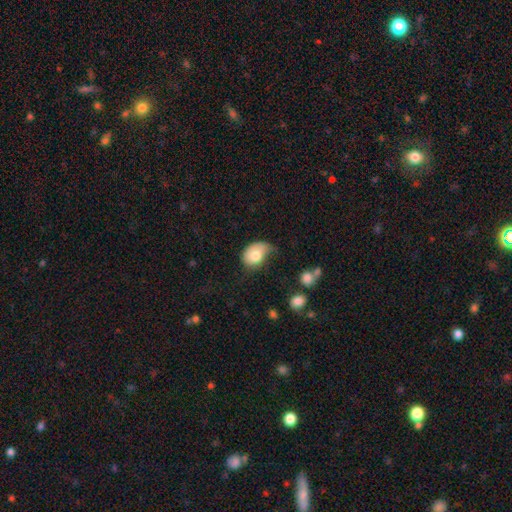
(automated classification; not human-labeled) Q: Smooth or featured?
A: smooth (74%); runner-up: featured or disk (19%)
Q: How rounded?
A: in between (75%); runner-up: round (23%)
Q: Merging?
A: minor disturbance (40%); runner-up: none (28%)